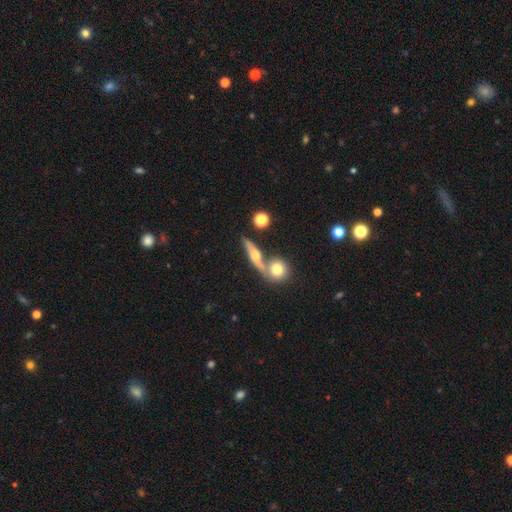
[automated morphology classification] smooth-or-featured: featured or disk: 62% | smooth: 30% | star or artifact: 8%
  disk-edge-on: yes: 81% | no: 19%
    edge-on-bulge: rounded: 93% | none: 4% | boxy: 3%
  merging: none: 59% | merger: 26% | minor disturbance: 11% | major disturbance: 5%